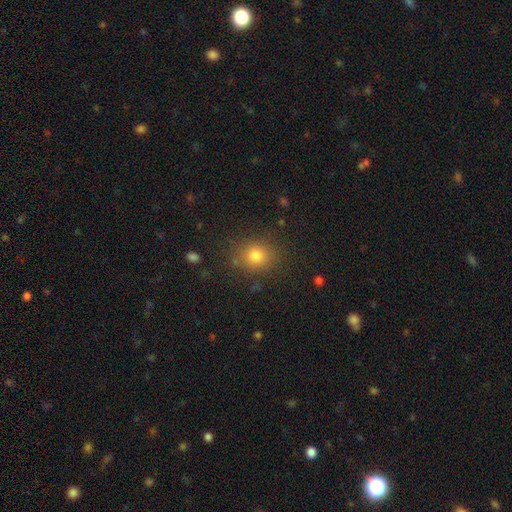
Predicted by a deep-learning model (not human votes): This appears to be a smooth galaxy with no disk features (79%) that is round (78%). Merging: none (85%).